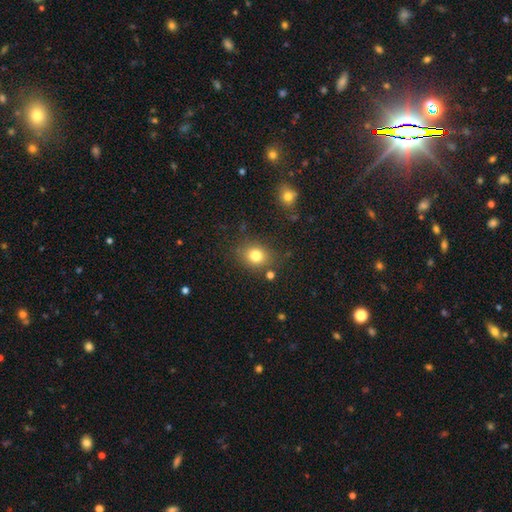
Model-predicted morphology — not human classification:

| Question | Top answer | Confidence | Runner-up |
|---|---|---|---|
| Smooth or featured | smooth | 79% | star or artifact (13%) |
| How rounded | round | 66% | in between (33%) |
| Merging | none | 79% | minor disturbance (12%) |